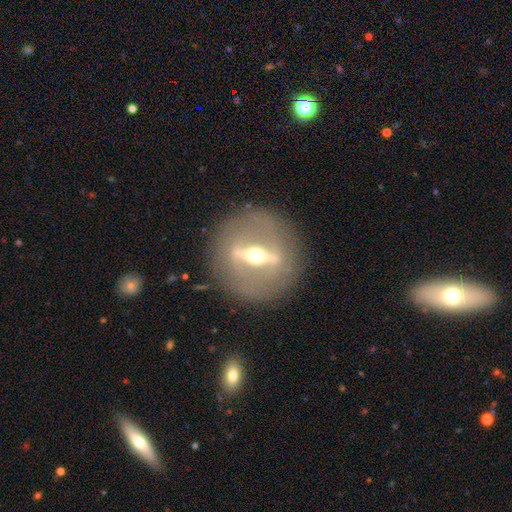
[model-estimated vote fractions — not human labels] The model was most divided on "edge-on disk": no: 55%, yes: 45%. More confident: merging — none (86%); smooth or featured — featured or disk (83%).